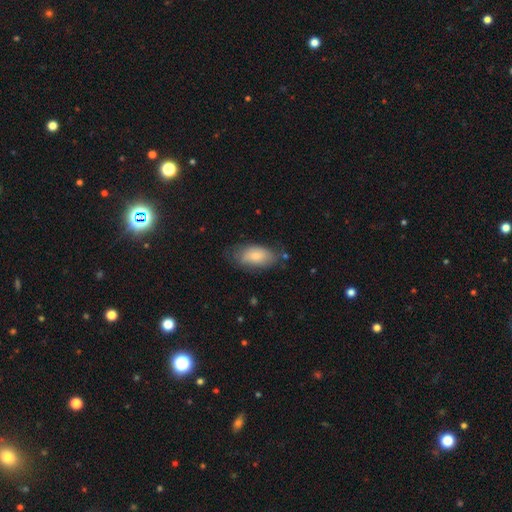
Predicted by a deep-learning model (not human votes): smooth_or_featured: smooth (p=0.78) [alt: featured or disk p=0.16]
how_rounded: in between (p=0.93) [alt: cigar-shaped p=0.04]
merging: none (p=0.63) [alt: minor disturbance p=0.26]